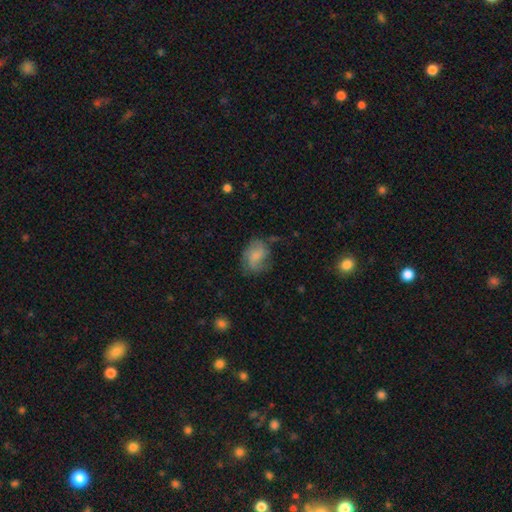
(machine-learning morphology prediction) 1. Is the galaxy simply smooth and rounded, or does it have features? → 59% smooth, 32% featured or disk, 9% star or artifact.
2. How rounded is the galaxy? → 66% in between, 32% round, 2% cigar-shaped.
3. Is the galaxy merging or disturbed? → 51% none, 28% minor disturbance, 18% major disturbance, 2% merger.